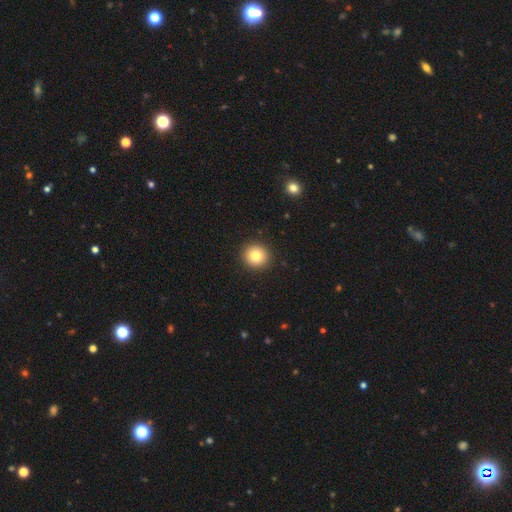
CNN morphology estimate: Smooth or featured?
  - smooth: 81% *
  - star or artifact: 10%
  - featured or disk: 9%
How rounded?
  - round: 94% *
  - in between: 6%
  - cigar-shaped: 1%
Merging?
  - none: 93% *
  - minor disturbance: 5%
  - major disturbance: 2%
  - merger: 1%